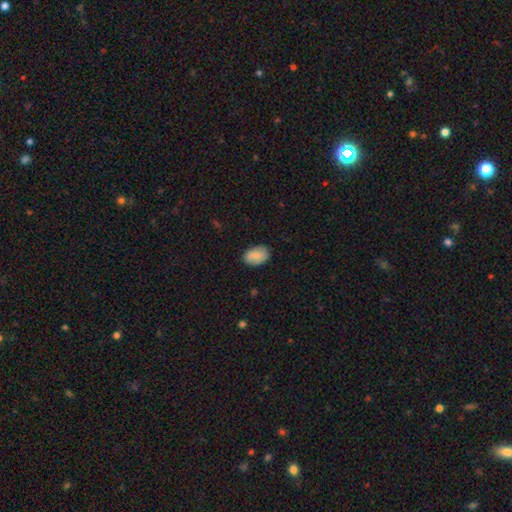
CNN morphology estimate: A smooth galaxy with no disk features (83%) that is in between round and cigar-shaped (88%). Merging: none (82%).